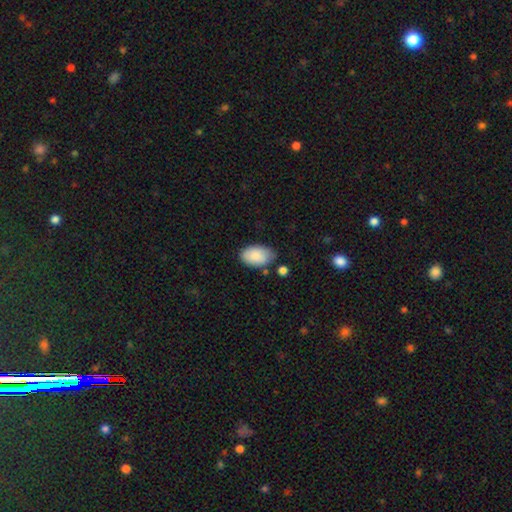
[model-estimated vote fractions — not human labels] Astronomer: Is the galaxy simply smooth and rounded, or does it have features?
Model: smooth — 87%.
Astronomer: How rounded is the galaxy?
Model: in between — 94%.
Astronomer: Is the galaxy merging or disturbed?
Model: none — 72%.